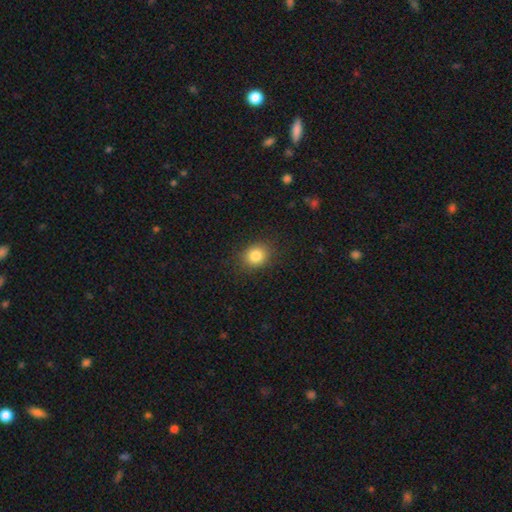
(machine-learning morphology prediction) type=smooth (83%); roundness=round (69%); merging=none (88%).